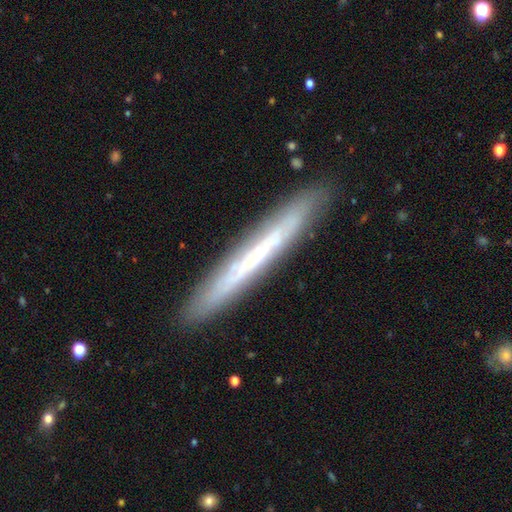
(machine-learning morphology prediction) Overall: featured or disk (53%; smooth 40%). Edge-on disk: yes (90%). Merging: none (89%).